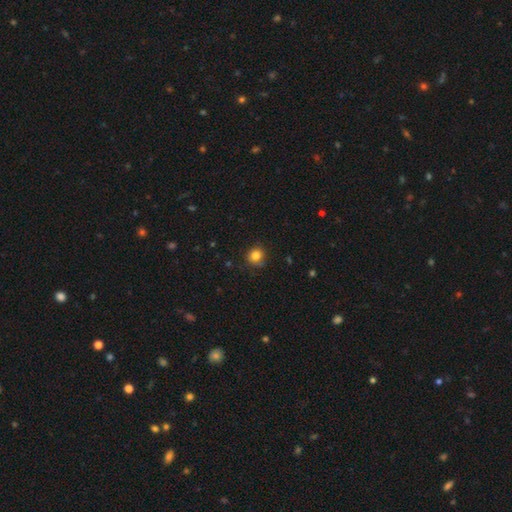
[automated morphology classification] Overall: smooth (82%). How rounded: round (85%). Merging: none (81%).